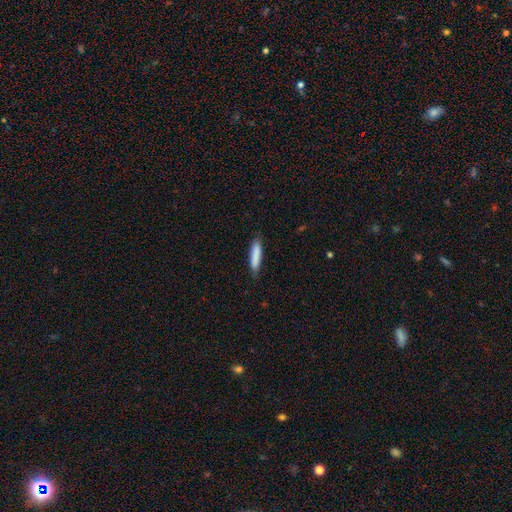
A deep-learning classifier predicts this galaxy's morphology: Smooth or featured? smooth (84%)
How rounded? cigar-shaped (82%)
Merging? none (82%)